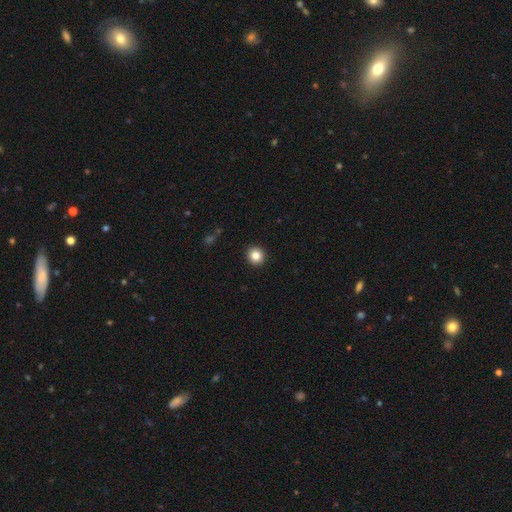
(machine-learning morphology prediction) This is clearly a smooth galaxy (84%). How rounded: clearly round (90%). Merging: clearly none (92%).